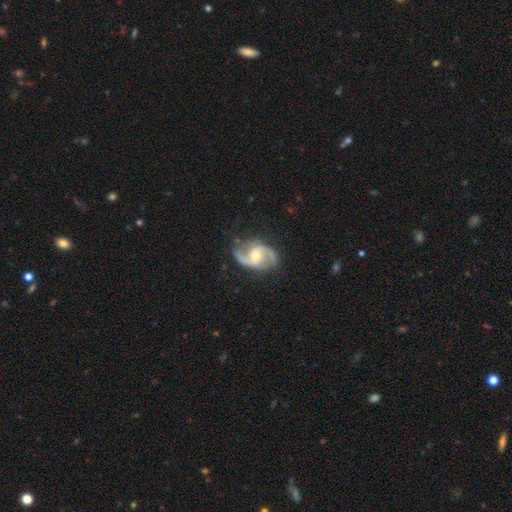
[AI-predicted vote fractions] A featured or disk galaxy (89%) with no bar (50%), 2 (93%) medium (46%) spiral arms (97%) and a moderate central bulge (60%). Merging: none (78%).